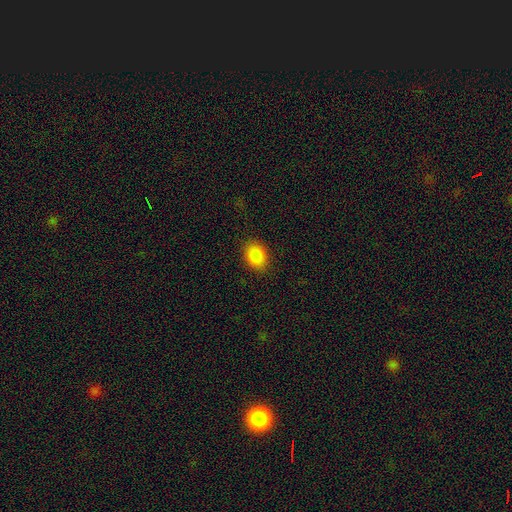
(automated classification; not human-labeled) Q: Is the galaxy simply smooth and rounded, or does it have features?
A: smooth — 88%.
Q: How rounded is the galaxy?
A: in between — 69%.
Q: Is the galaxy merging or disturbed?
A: none — 88%.